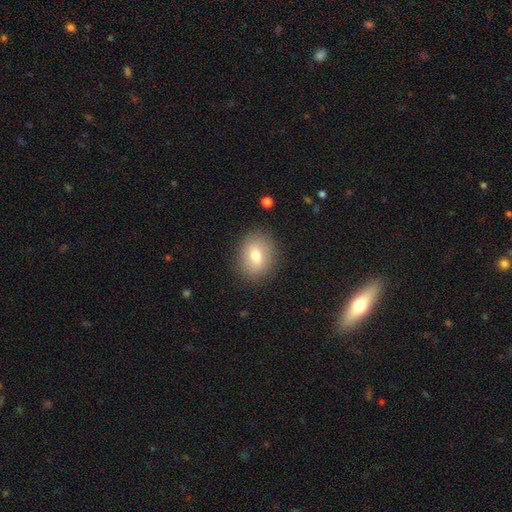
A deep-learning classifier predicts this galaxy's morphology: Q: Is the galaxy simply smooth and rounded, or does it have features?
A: smooth — 71%.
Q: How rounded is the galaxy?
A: in between — 49%, tied with round.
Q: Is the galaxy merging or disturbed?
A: none — 86%.